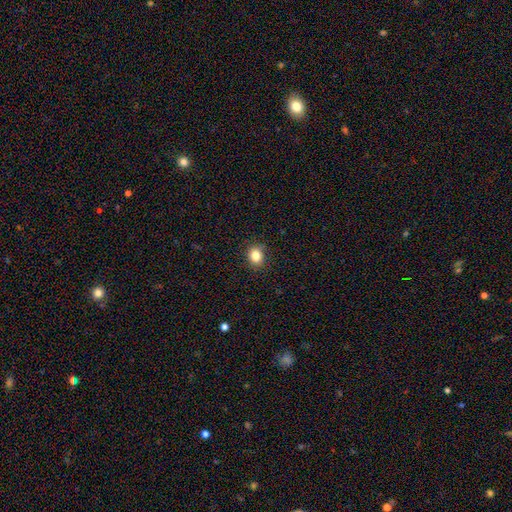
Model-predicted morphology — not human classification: Overall: smooth (84%). How rounded: round (64%; in between 35%). Merging: none (88%).